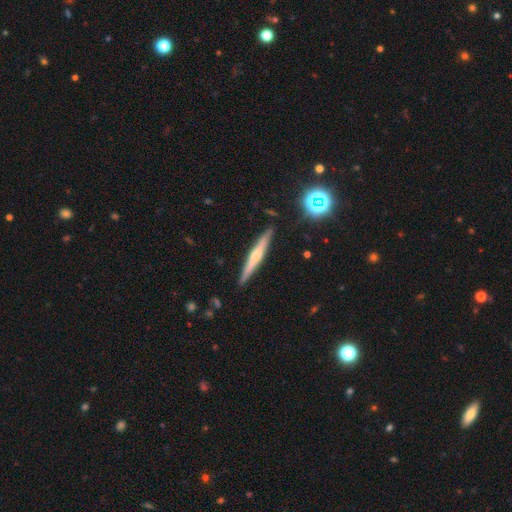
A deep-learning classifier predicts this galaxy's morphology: A featured or disk galaxy (57%) viewed edge-on (97%) with a rounded central bulge (66%).

Vote fractions:
- Smooth or featured? featured or disk: 57% / smooth: 35% / star or artifact: 8%
- Edge-on disk? yes: 97% / no: 3%
- Edge-on bulge? rounded: 66% / none: 26% / boxy: 8%
- Merging? none: 89% / minor disturbance: 8% / merger: 2% / major disturbance: 1%